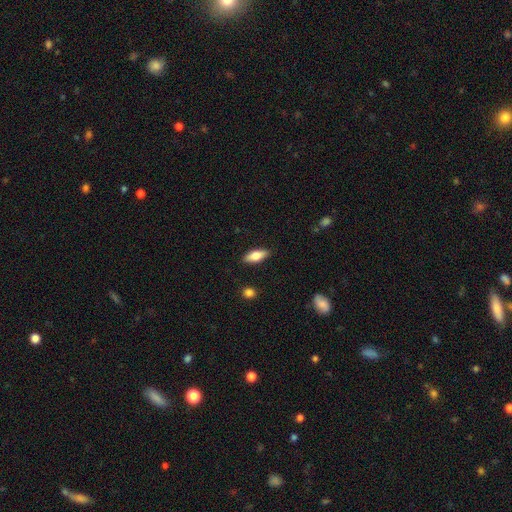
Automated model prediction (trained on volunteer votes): A smooth galaxy with no disk features (73%) that is in between round and cigar-shaped (78%).

Vote fractions:
- Smooth or featured? smooth: 73% / featured or disk: 20% / star or artifact: 6%
- How rounded? in between: 78% / cigar-shaped: 19% / round: 3%
- Merging? none: 87% / minor disturbance: 9% / major disturbance: 2% / merger: 1%